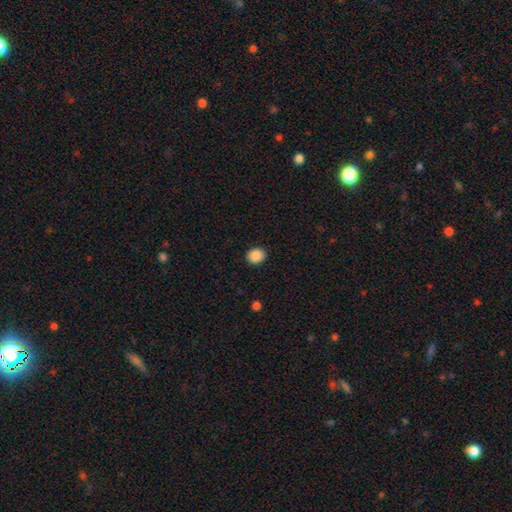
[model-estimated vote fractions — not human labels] smooth_or_featured: smooth (p=0.89) [alt: star or artifact p=0.09]
how_rounded: round (p=0.60) [alt: in between p=0.39]
merging: none (p=0.91) [alt: minor disturbance p=0.06]